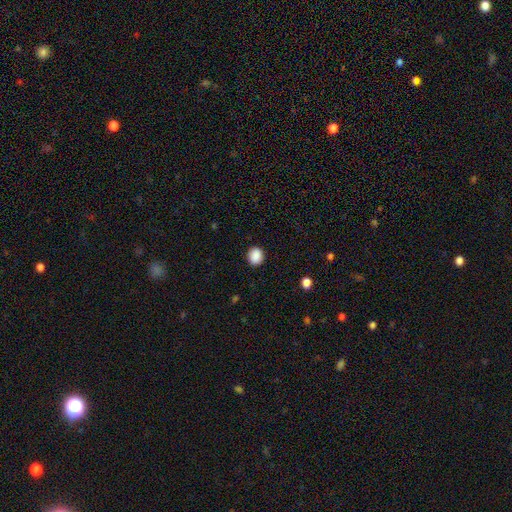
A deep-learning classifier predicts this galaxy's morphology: Smooth or featured? Predicted: smooth (p=0.89). How rounded? Predicted: round (p=0.67). Merging? Predicted: none (p=0.89).